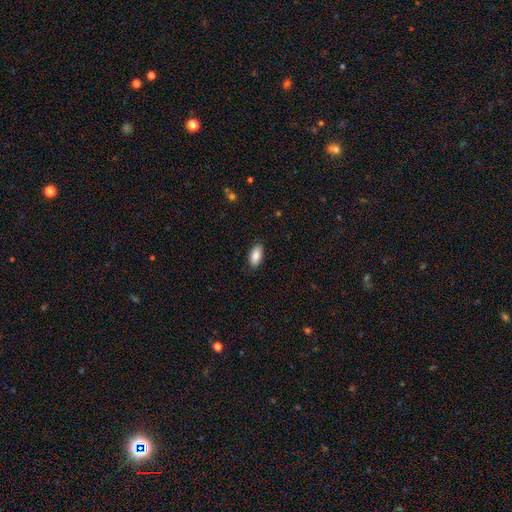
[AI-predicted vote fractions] A smooth galaxy with no disk features (88%) that is in between round and cigar-shaped (91%).

Vote fractions:
- Smooth or featured? smooth: 88% / star or artifact: 6% / featured or disk: 6%
- How rounded? in between: 91% / cigar-shaped: 7% / round: 2%
- Merging? none: 88% / minor disturbance: 9% / major disturbance: 2% / merger: 1%